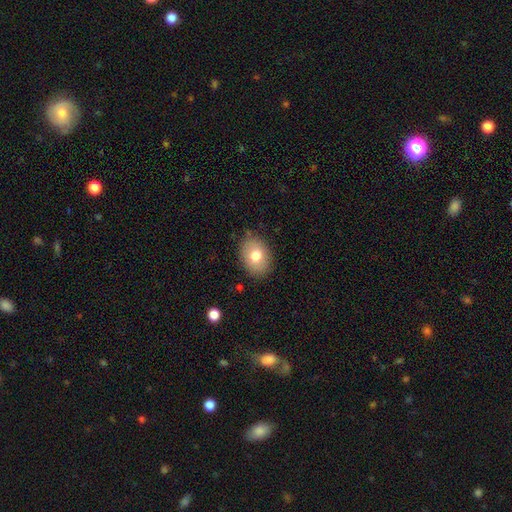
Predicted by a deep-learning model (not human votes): Smooth or featured? Predicted: smooth (p=0.76). How rounded? Predicted: in between (p=0.69). Merging? Predicted: none (p=0.83).